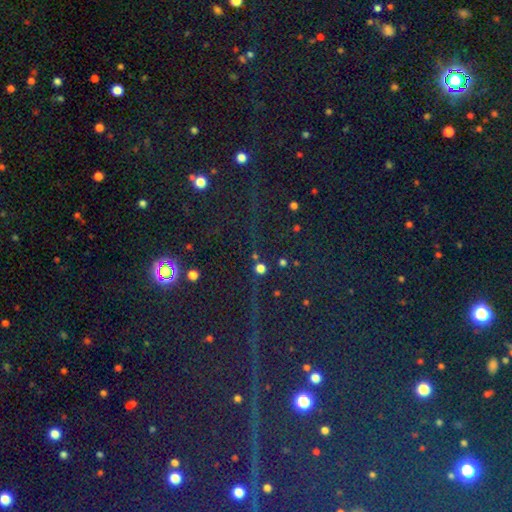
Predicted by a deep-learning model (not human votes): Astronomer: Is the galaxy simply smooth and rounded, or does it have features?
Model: star or artifact — 83%.